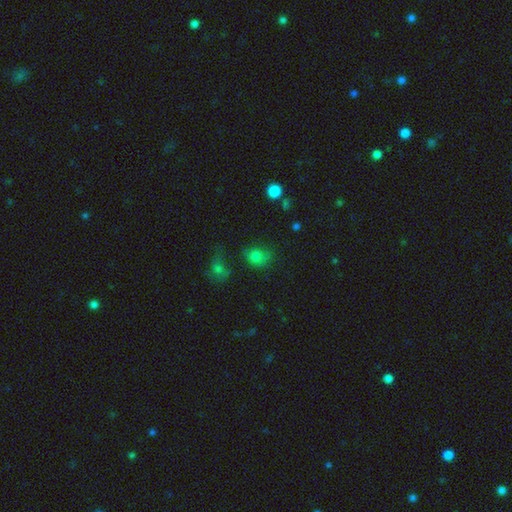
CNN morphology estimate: Smooth or featured? Predicted: smooth (p=0.76). How rounded? Predicted: round (p=0.56). Merging? Predicted: none (p=0.53).